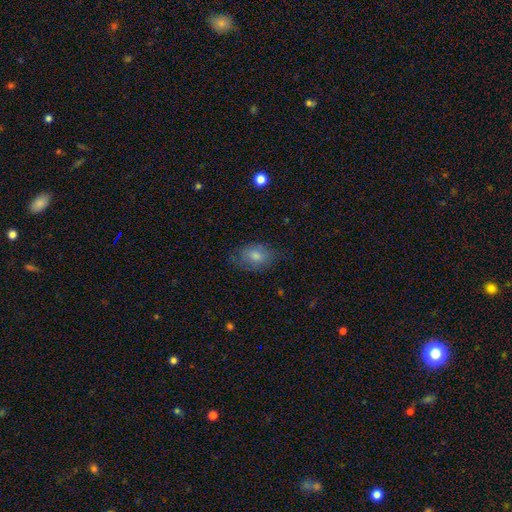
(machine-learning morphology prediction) A smooth galaxy with no disk features (65%) that is in between round and cigar-shaped (80%).

Vote fractions:
- Smooth or featured? smooth: 65% / featured or disk: 24% / star or artifact: 11%
- How rounded? in between: 80% / round: 19% / cigar-shaped: 2%
- Merging? none: 71% / minor disturbance: 21% / major disturbance: 7% / merger: 1%